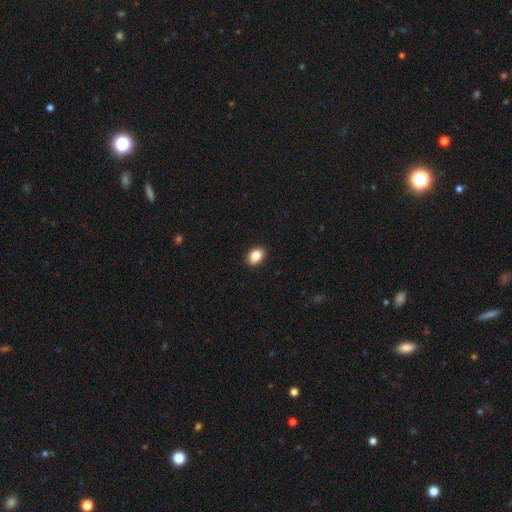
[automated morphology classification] Smooth or featured?
  - smooth: 86% *
  - star or artifact: 8%
  - featured or disk: 6%
How rounded?
  - in between: 79% *
  - round: 20%
  - cigar-shaped: 1%
Merging?
  - none: 91% *
  - minor disturbance: 6%
  - major disturbance: 2%
  - merger: 1%